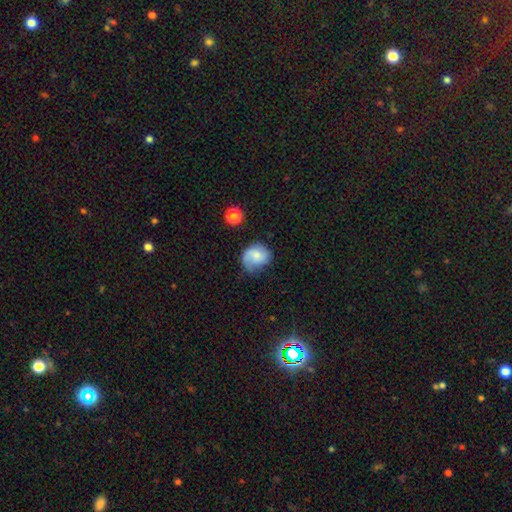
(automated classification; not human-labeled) A smooth galaxy with no disk features (49%).

Vote fractions:
- Smooth or featured? smooth: 49% / featured or disk: 42% / star or artifact: 9%
- Merging? none: 53% / minor disturbance: 30% / major disturbance: 15% / merger: 2%